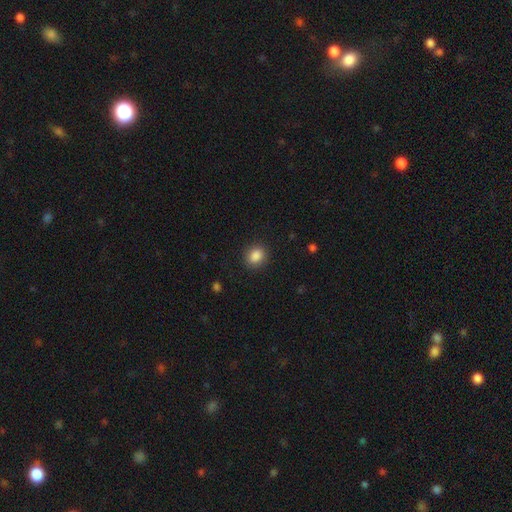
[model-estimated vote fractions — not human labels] The model was most divided on "how rounded": round: 69%, in between: 30%, cigar-shaped: 1%. More confident: merging — none (89%); smooth or featured — smooth (87%).